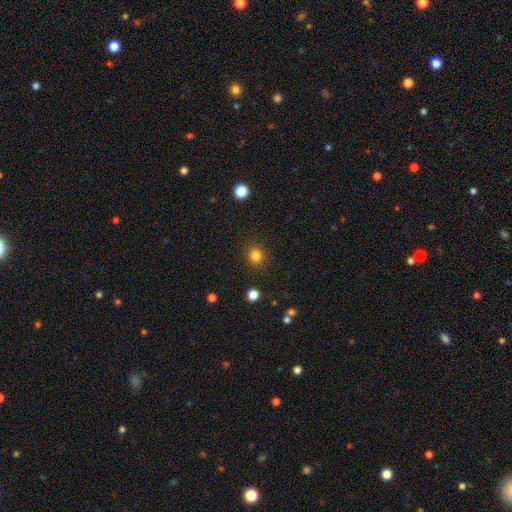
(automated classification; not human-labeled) Smooth or featured? smooth (82%)
How rounded? round (86%)
Merging? none (89%)